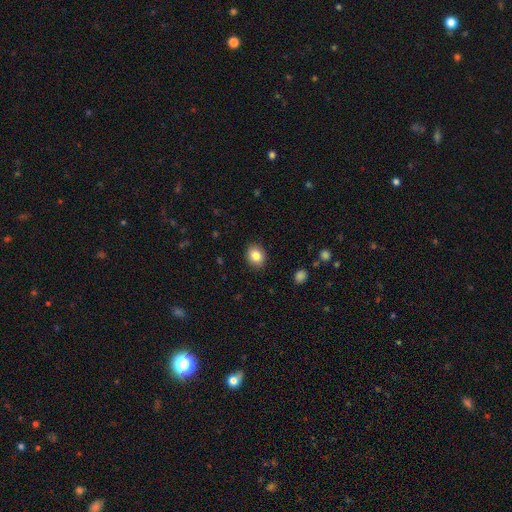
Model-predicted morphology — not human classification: A smooth galaxy with no disk features (84%) that is round (53%).

Vote fractions:
- Smooth or featured? smooth: 84% / star or artifact: 9% / featured or disk: 7%
- How rounded? round: 53% / in between: 46% / cigar-shaped: 1%
- Merging? none: 90% / minor disturbance: 7% / major disturbance: 2% / merger: 1%